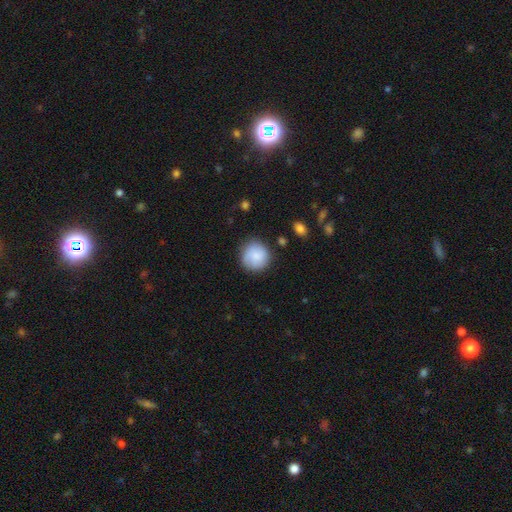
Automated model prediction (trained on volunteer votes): smooth-or-featured: smooth: 81% | featured or disk: 12% | star or artifact: 7%
  how-rounded: round: 92% | in between: 7% | cigar-shaped: 1%
  merging: none: 80% | minor disturbance: 14% | major disturbance: 4% | merger: 2%